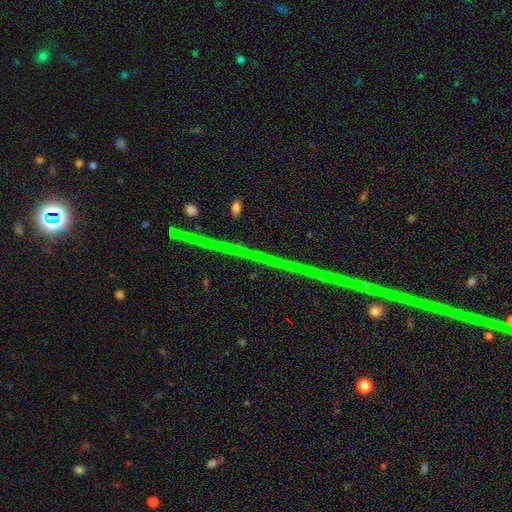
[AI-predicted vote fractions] star or artifact 75%, featured or disk 16%, smooth 10%.